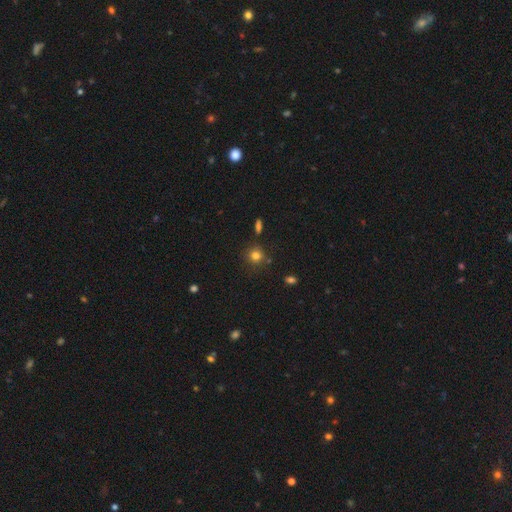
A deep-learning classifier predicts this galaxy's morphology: smooth 79%, star or artifact 14%, featured or disk 7%. Down the decision tree: how rounded — round (88%); merging — none (80%).